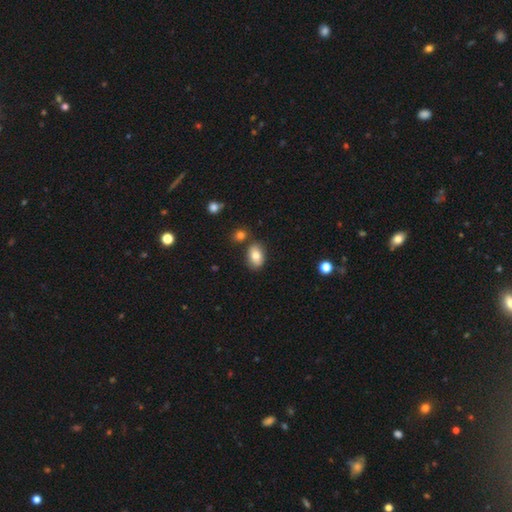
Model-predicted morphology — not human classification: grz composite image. It shows a smooth galaxy with no disk features (81%) that is in between round and cigar-shaped (86%). Merging: none (76%).